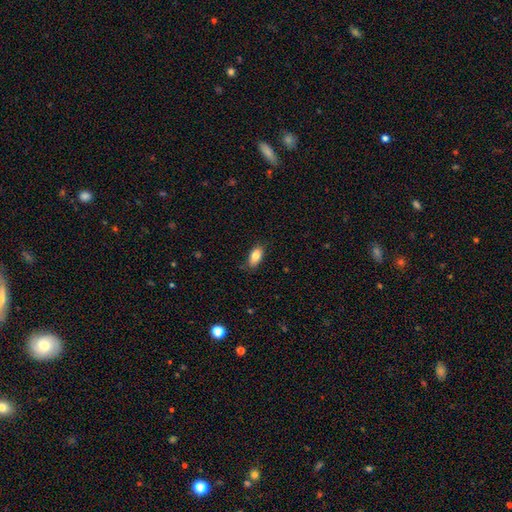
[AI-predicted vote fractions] Overall: smooth (83%). How rounded: in between (89%). Merging: none (81%).